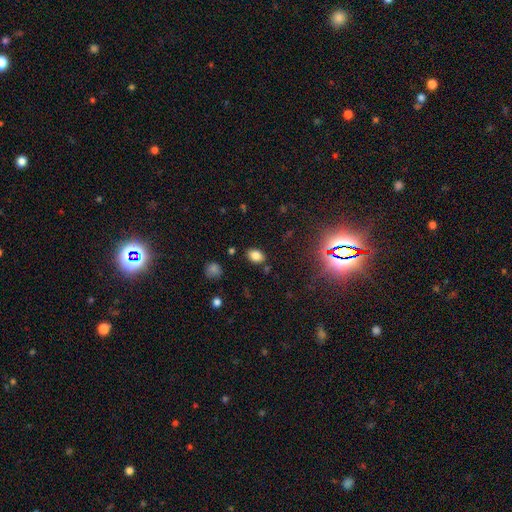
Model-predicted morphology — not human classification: type=smooth (81%); roundness=in between (81%); merging=none (83%).